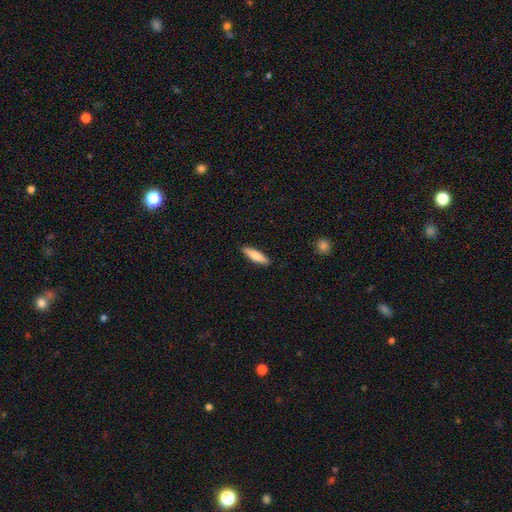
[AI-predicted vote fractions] Smooth or featured? smooth (76%)
How rounded? cigar-shaped (72%)
Merging? none (89%)